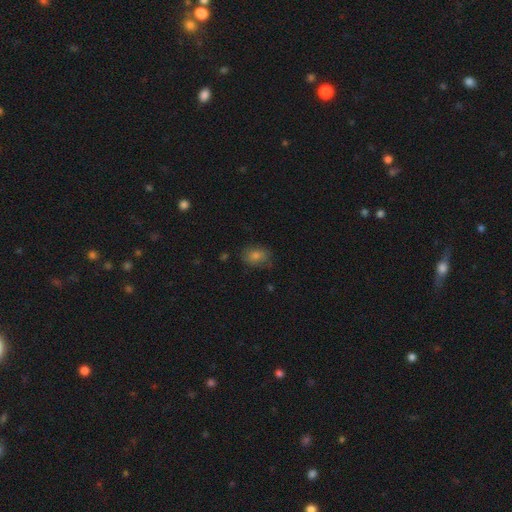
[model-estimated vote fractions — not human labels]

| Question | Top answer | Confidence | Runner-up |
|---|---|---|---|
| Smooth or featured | smooth | 72% | star or artifact (16%) |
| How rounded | in between | 64% | round (34%) |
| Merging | none | 75% | minor disturbance (19%) |